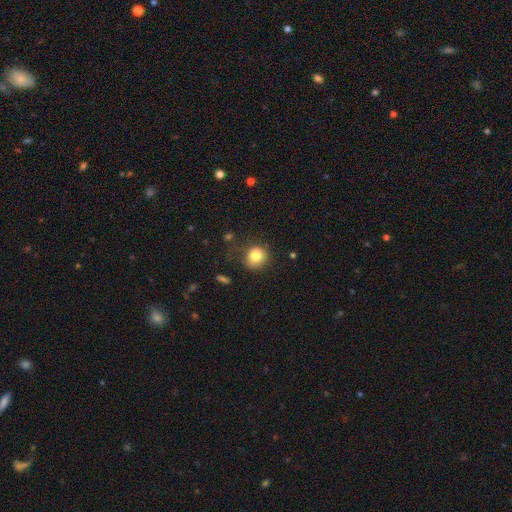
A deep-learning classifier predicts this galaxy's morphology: Q: Smooth or featured?
A: smooth (82%); runner-up: star or artifact (11%)
Q: How rounded?
A: round (82%); runner-up: in between (17%)
Q: Merging?
A: none (76%); runner-up: minor disturbance (17%)